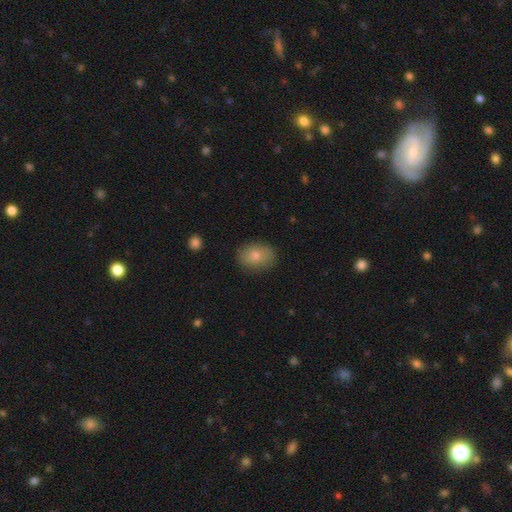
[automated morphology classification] This appears to be a smooth galaxy with no disk features (79%) that is in between round and cigar-shaped (77%). Merging: none (83%).